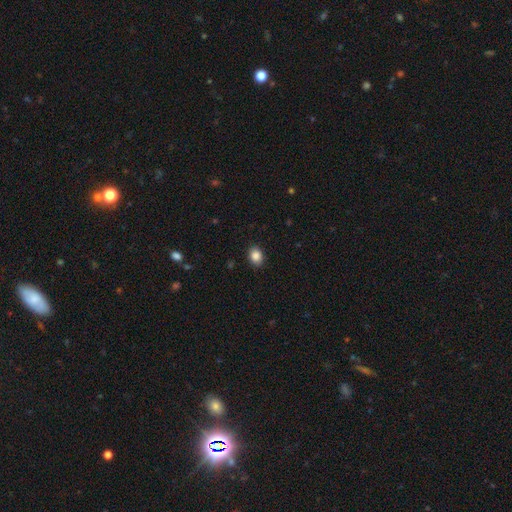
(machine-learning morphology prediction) Smooth or featured?
  - smooth: 87% *
  - star or artifact: 9%
  - featured or disk: 4%
How rounded?
  - in between: 63% *
  - round: 36%
  - cigar-shaped: 1%
Merging?
  - none: 89% *
  - minor disturbance: 8%
  - major disturbance: 2%
  - merger: 1%